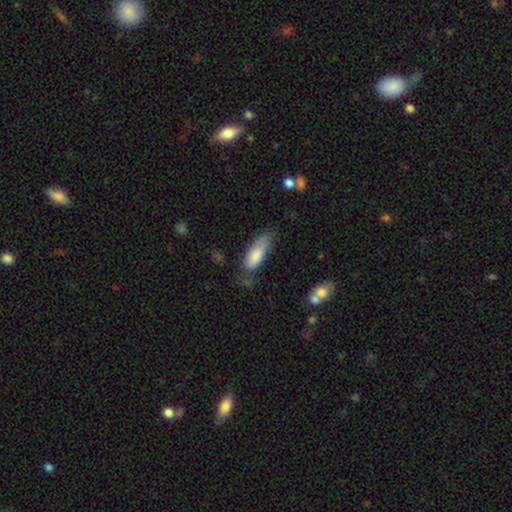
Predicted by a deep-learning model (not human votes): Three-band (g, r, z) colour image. It shows a smooth galaxy with no disk features (81%) that is in between round and cigar-shaped (68%). Merging: none (48%).